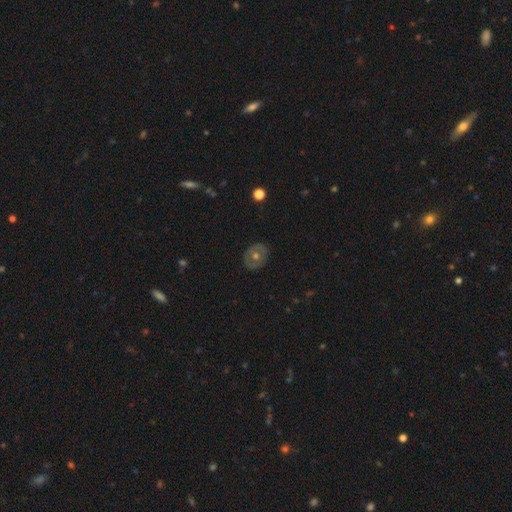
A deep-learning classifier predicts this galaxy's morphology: featured or disk 48%, smooth 42%, star or artifact 10%. Down the decision tree: merging — none (85%).